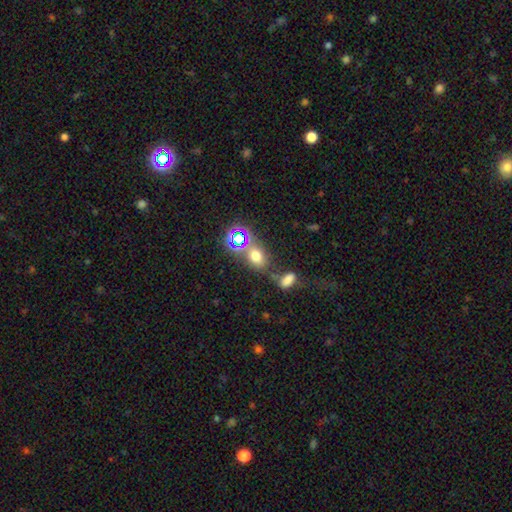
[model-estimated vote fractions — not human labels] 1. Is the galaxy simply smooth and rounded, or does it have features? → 63% smooth, 25% star or artifact, 12% featured or disk.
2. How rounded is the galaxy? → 62% in between, 36% round, 2% cigar-shaped.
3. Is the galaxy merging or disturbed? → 55% none, 24% merger, 13% minor disturbance, 7% major disturbance.